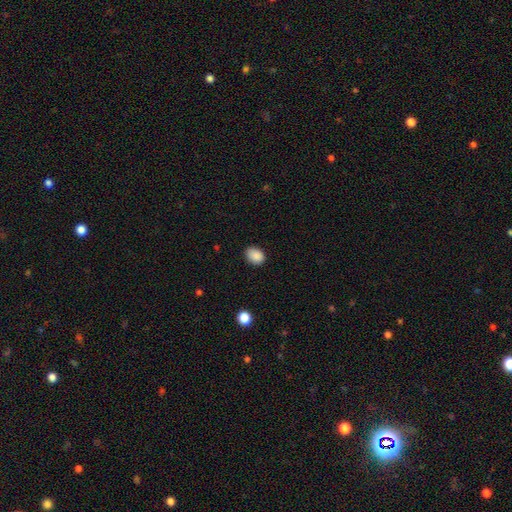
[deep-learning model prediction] A smooth galaxy with no disk features (88%) that is in between round and cigar-shaped (65%).

Vote fractions:
- Smooth or featured? smooth: 88% / star or artifact: 9% / featured or disk: 3%
- How rounded? in between: 65% / round: 34% / cigar-shaped: 1%
- Merging? none: 84% / minor disturbance: 13% / major disturbance: 3% / merger: 1%